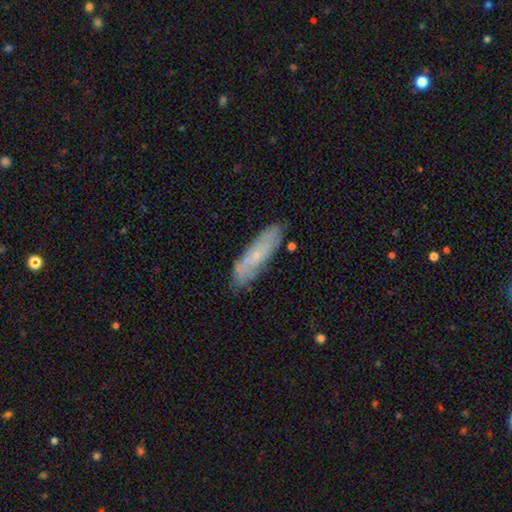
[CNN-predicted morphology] smooth-or-featured: featured or disk: 49% | smooth: 44% | star or artifact: 7%
  merging: none: 78% | minor disturbance: 16% | major disturbance: 3% | merger: 2%